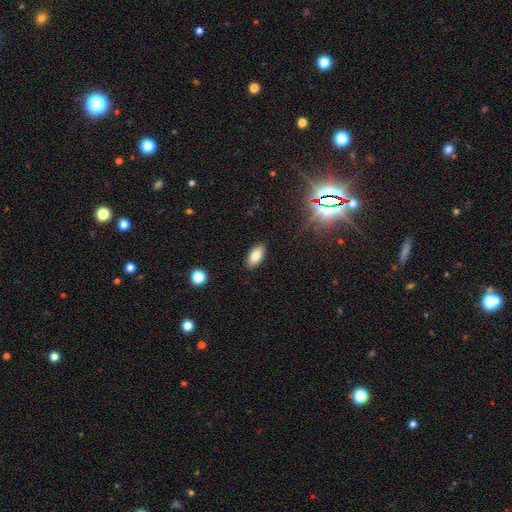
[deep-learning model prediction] Smooth or featured? smooth (79%)
How rounded? in between (90%)
Merging? none (88%)